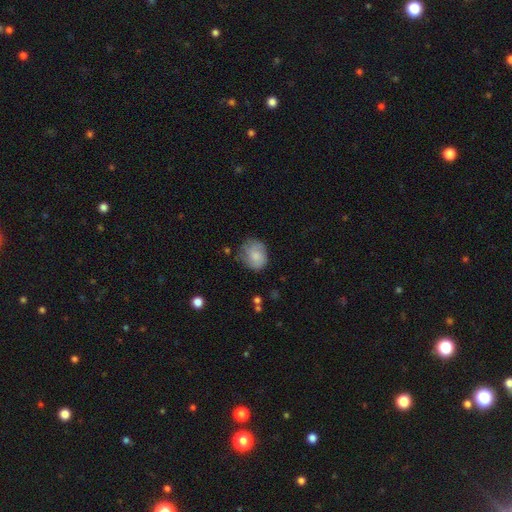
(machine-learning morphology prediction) This appears to be a smooth galaxy with no disk features (75%) that is round (61%). Merging: none (60%).